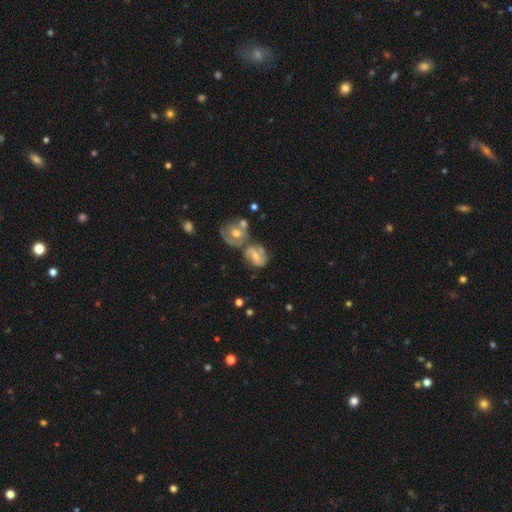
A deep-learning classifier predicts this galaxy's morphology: This is likely a featured or disk galaxy (65%). It is clearly not viewed edge-on (97%). Bar: possibly weak (47%). Spiral arm pattern: clearly yes (84%). Spiral arm count: likely 2 (71%). Spiral winding: possibly medium (48%). Central bulge: possibly moderate (47%). Merging: marginally merger (41%).